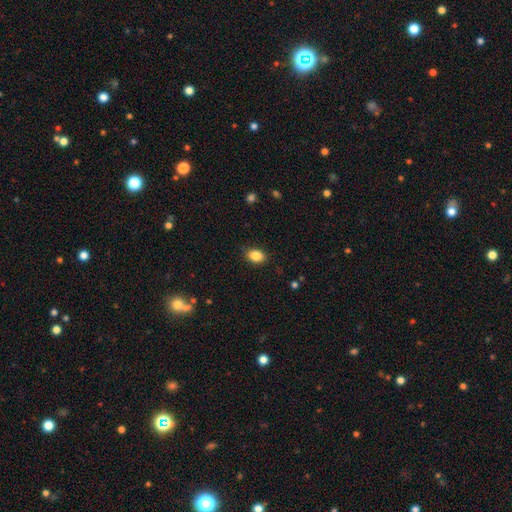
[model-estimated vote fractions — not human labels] Overall: smooth (87%). How rounded: in between (77%). Merging: none (87%).